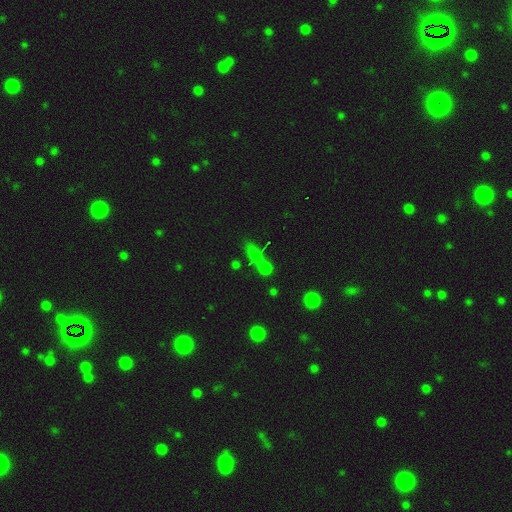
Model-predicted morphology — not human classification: smooth-or-featured: smooth: 59% | star or artifact: 30% | featured or disk: 11%
  how-rounded: in between: 45% | round: 28% | cigar-shaped: 27%
  merging: none: 56% | merger: 21% | minor disturbance: 14% | major disturbance: 9%